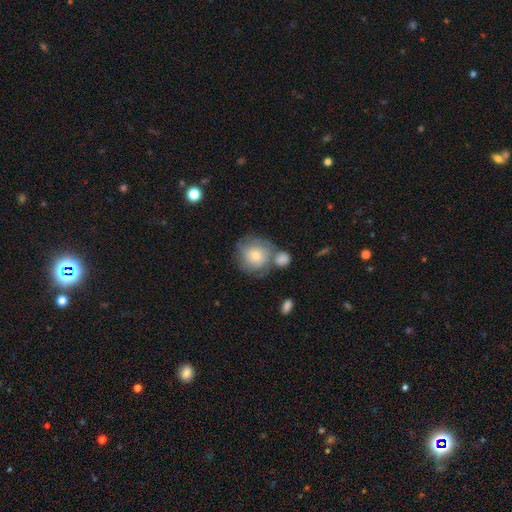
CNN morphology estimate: smooth 61%, featured or disk 30%, star or artifact 9%. Down the decision tree: how rounded — round (87%); merging — none (52%).